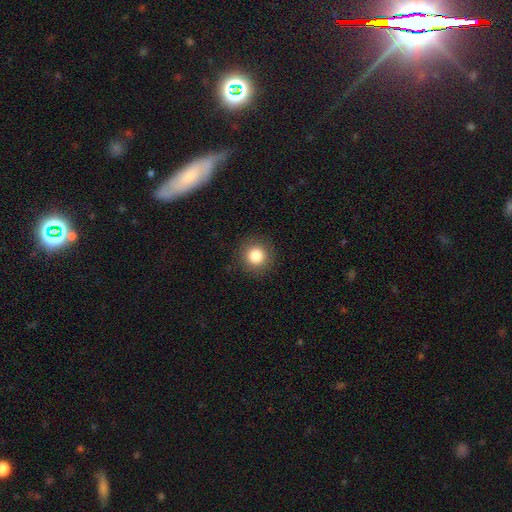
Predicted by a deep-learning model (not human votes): The model was most divided on "smooth or featured": smooth: 83%, star or artifact: 11%, featured or disk: 7%. More confident: how rounded — round (94%); merging — none (90%).